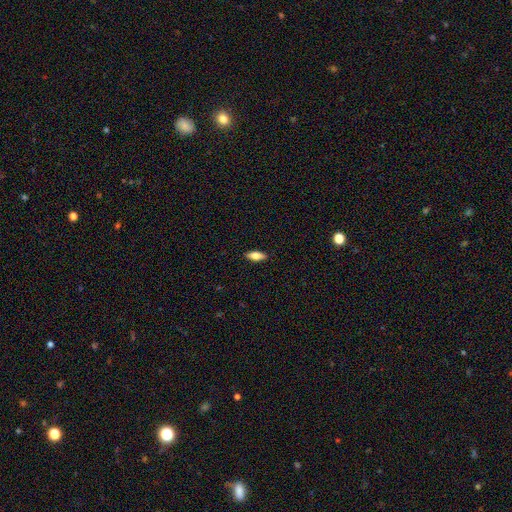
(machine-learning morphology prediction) A smooth galaxy with no disk features (77%) that is in between round and cigar-shaped (77%).

Vote fractions:
- Smooth or featured? smooth: 77% / featured or disk: 16% / star or artifact: 7%
- How rounded? in between: 77% / cigar-shaped: 21% / round: 2%
- Merging? none: 89% / minor disturbance: 9% / major disturbance: 2% / merger: 1%